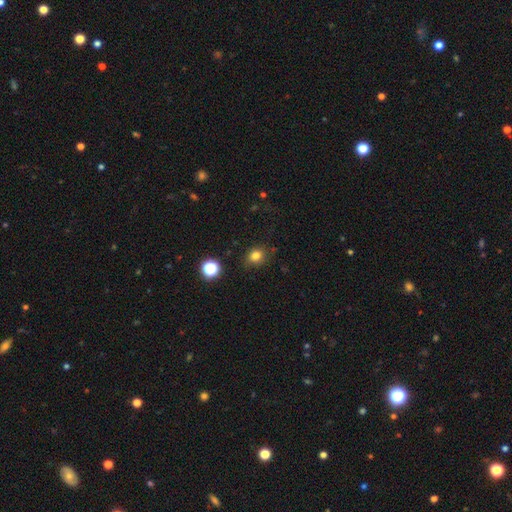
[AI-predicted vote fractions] smooth-or-featured: smooth: 80% | star or artifact: 14% | featured or disk: 6%
  how-rounded: round: 66% | in between: 33% | cigar-shaped: 1%
  merging: none: 80% | minor disturbance: 14% | major disturbance: 3% | merger: 2%